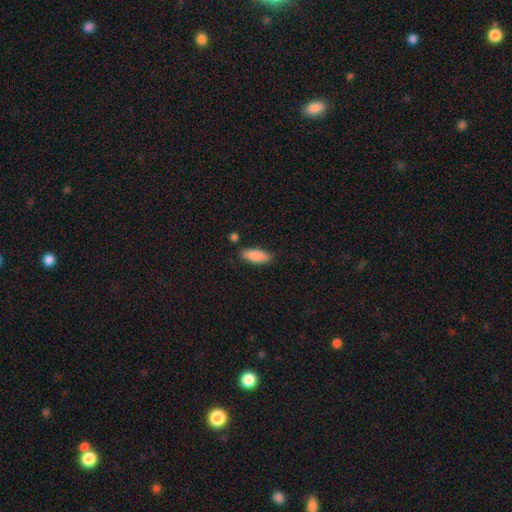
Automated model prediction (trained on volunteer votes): Smooth or featured? smooth (87%)
How rounded? in between (73%)
Merging? none (82%)